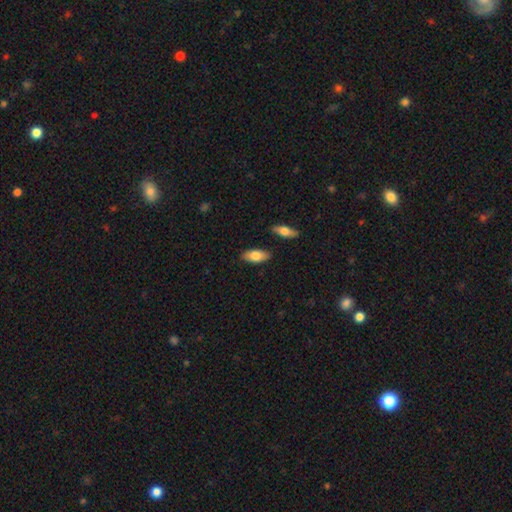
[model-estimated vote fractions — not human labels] Smooth or featured?
  - smooth: 76% *
  - featured or disk: 18%
  - star or artifact: 6%
How rounded?
  - in between: 85% *
  - cigar-shaped: 13%
  - round: 3%
Merging?
  - none: 84% *
  - minor disturbance: 10%
  - merger: 4%
  - major disturbance: 2%